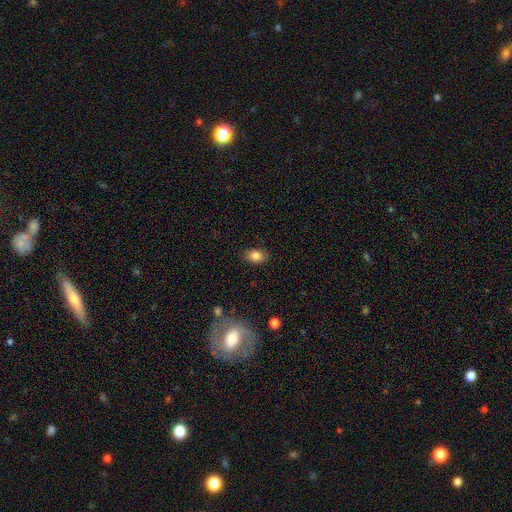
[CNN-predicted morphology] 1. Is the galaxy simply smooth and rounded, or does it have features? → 83% smooth, 10% star or artifact, 7% featured or disk.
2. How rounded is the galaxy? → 77% in between, 22% round, 1% cigar-shaped.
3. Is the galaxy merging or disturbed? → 86% none, 11% minor disturbance, 3% major disturbance, 1% merger.